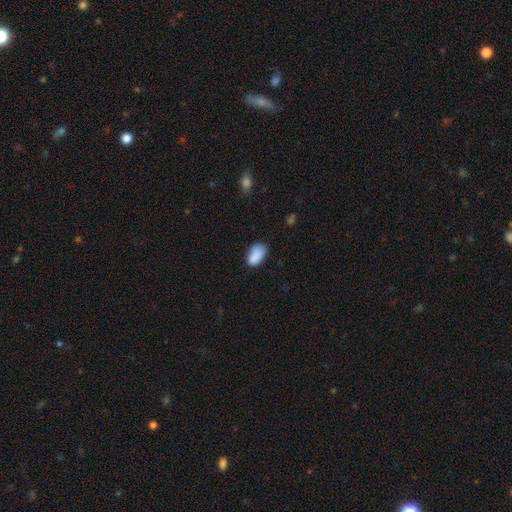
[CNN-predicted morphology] The model was most divided on "merging": none: 70%, minor disturbance: 23%, major disturbance: 5%, merger: 2%. More confident: how rounded — in between (92%); smooth or featured — smooth (87%).